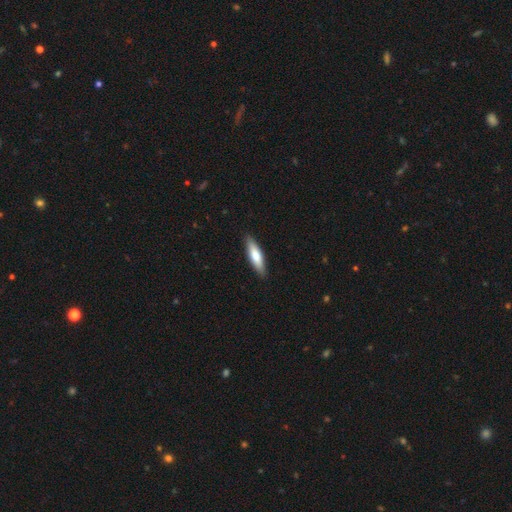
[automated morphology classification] Smooth or featured: smooth — 70% (featured or disk — 25%)
How rounded: cigar-shaped — 67% (in between — 31%)
Merging: none — 89% (minor disturbance — 9%)